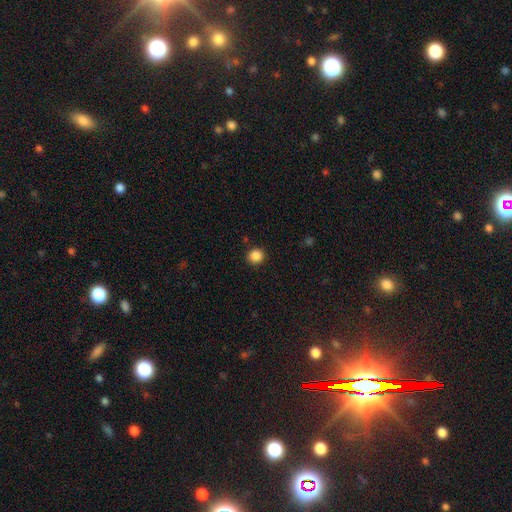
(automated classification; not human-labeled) Morphology: type=smooth (87%); roundness=round (84%); merging=none (91%).